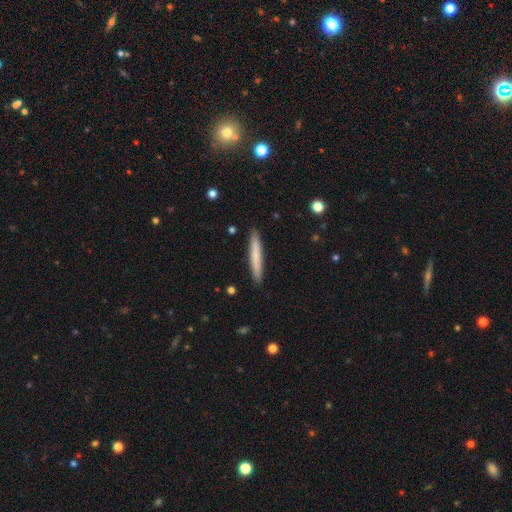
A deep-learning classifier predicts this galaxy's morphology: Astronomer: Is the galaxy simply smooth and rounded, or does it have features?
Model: smooth — 71%.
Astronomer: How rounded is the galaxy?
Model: cigar-shaped — 96%.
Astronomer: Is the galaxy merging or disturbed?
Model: none — 91%.